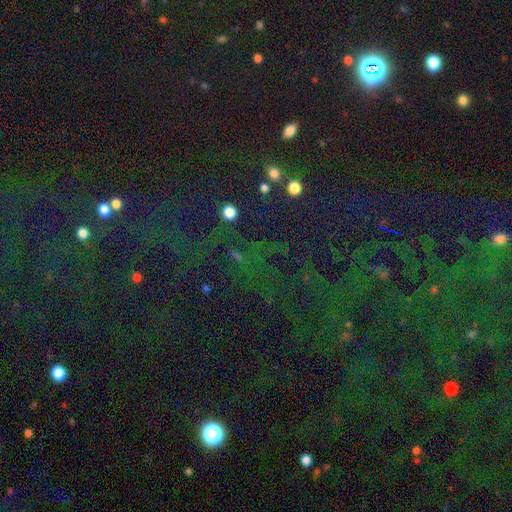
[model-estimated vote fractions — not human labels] Overall: star or artifact (76%).